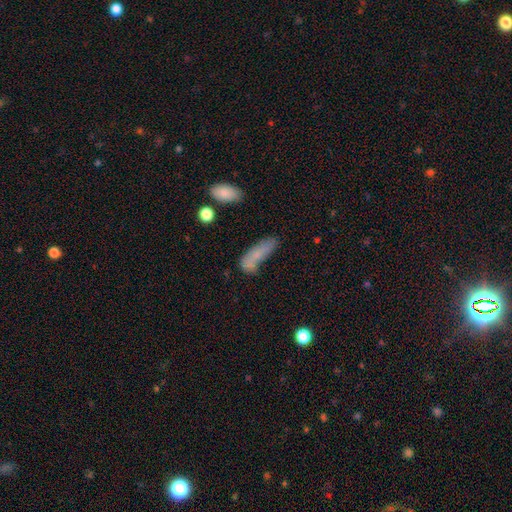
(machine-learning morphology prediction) type=smooth (72%); roundness=cigar-shaped (53%); merging=none (44%).